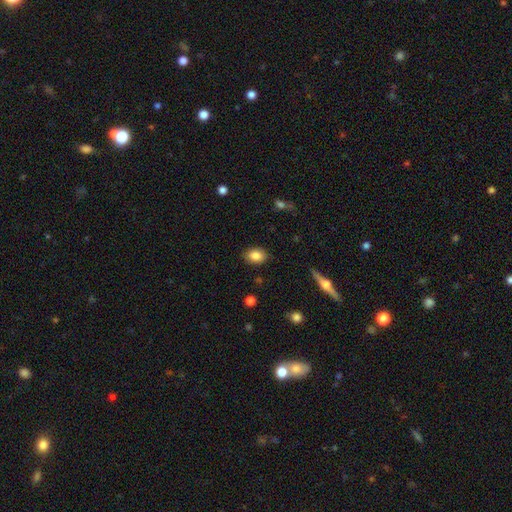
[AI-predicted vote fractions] smooth_or_featured: smooth (p=0.85) [alt: star or artifact p=0.08]
how_rounded: in between (p=0.77) [alt: round p=0.22]
merging: none (p=0.86) [alt: minor disturbance p=0.10]